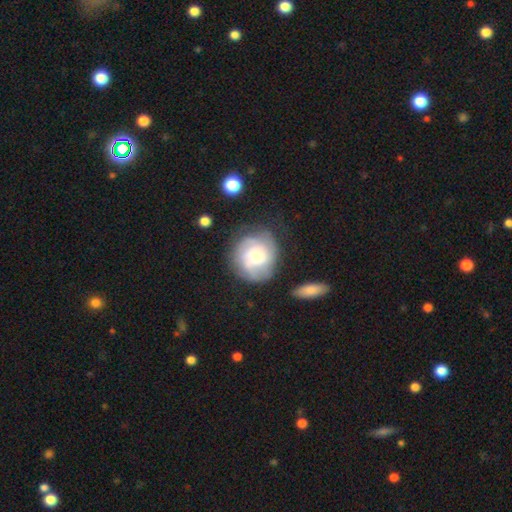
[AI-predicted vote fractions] This is likely a featured or disk galaxy (61%). It is clearly not viewed edge-on (98%). Bar: likely no (74%). Spiral arm pattern: clearly yes (85%). Spiral arm count: marginally can't tell (37%). Spiral winding: possibly tight (51%). Central bulge: marginally small (40%). Merging: likely none (64%).